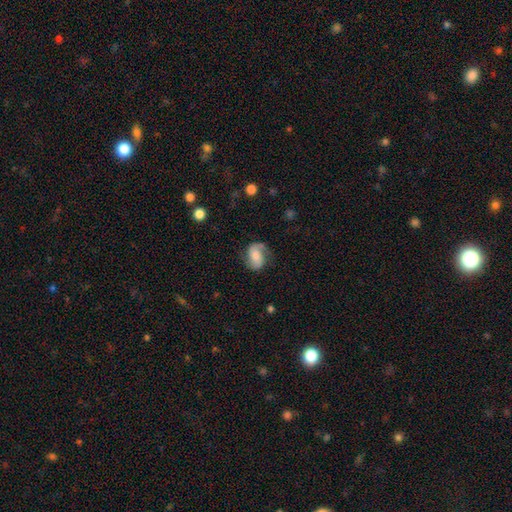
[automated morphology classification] Overall: featured or disk (66%). Edge-on disk: no (98%). Bar: no (52%; weak 36%). Spiral arms: yes (93%). Spiral arm count: 2 (76%). Spiral winding: medium (44%; loose 35%). Bulge size: moderate (31%; large 23%). Merging: none (65%).